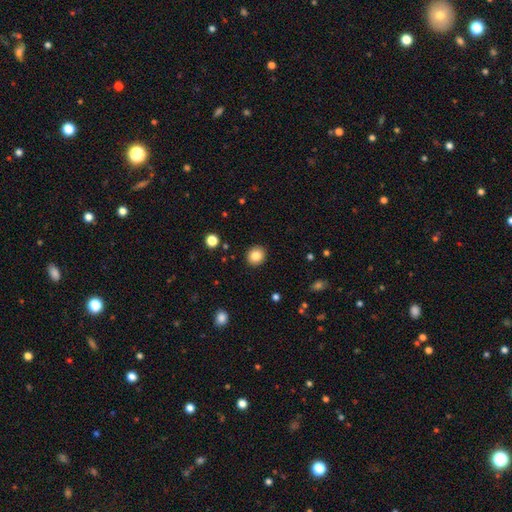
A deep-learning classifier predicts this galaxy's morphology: This is clearly a smooth galaxy (84%). How rounded: clearly round (86%). Merging: clearly none (92%).